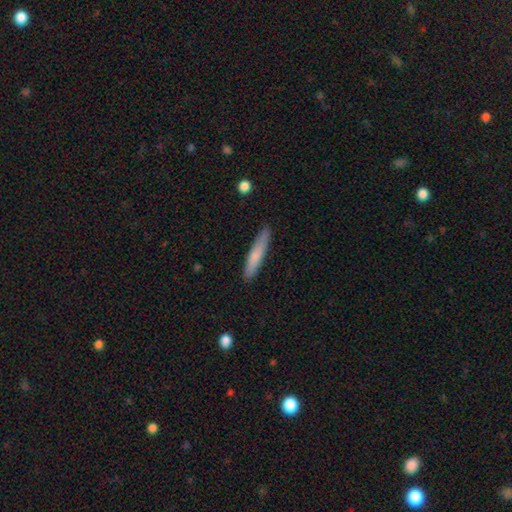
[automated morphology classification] Smooth or featured: smooth — 73% (featured or disk — 22%)
How rounded: cigar-shaped — 91% (in between — 8%)
Merging: none — 87% (minor disturbance — 10%)